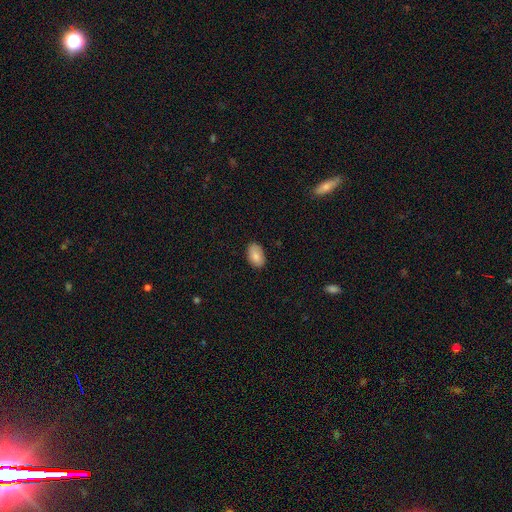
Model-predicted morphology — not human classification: smooth_or_featured: smooth (p=0.83) [alt: featured or disk p=0.10]
how_rounded: in between (p=0.92) [alt: round p=0.07]
merging: none (p=0.85) [alt: minor disturbance p=0.12]